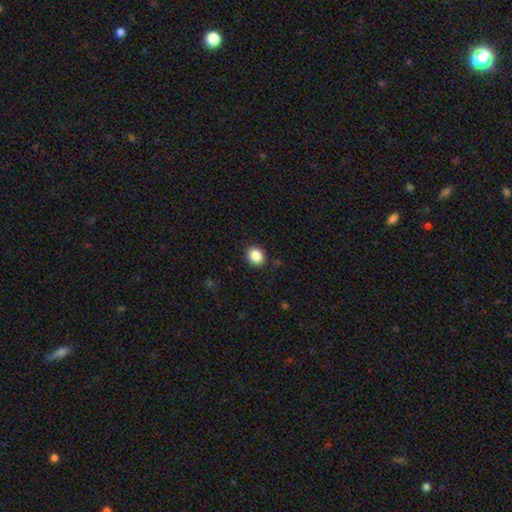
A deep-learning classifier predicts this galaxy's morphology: smooth_or_featured: smooth (p=0.86) [alt: star or artifact p=0.10]
how_rounded: round (p=0.77) [alt: in between p=0.22]
merging: none (p=0.89) [alt: minor disturbance p=0.07]